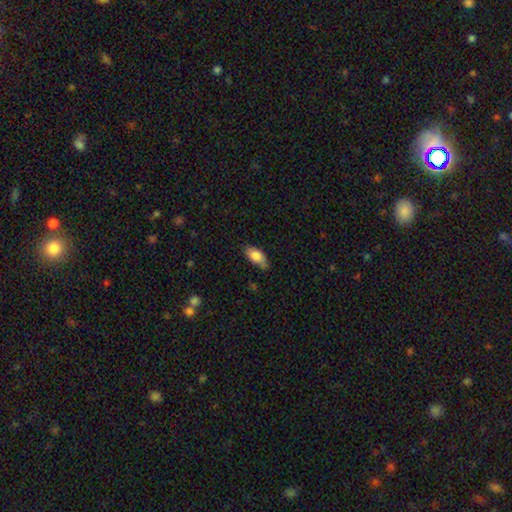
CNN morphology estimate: The model was most divided on "merging": none: 68%, minor disturbance: 26%, major disturbance: 4%, merger: 2%. More confident: how rounded — in between (90%); smooth or featured — smooth (81%).